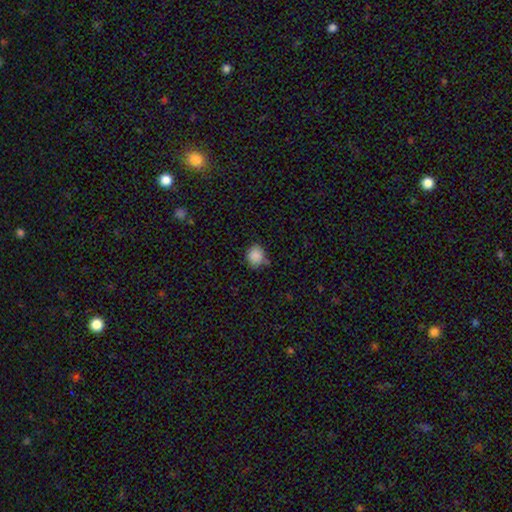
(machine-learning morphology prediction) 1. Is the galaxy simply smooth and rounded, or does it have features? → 87% smooth, 9% star or artifact, 4% featured or disk.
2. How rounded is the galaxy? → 75% round, 24% in between, 1% cigar-shaped.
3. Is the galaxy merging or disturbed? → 69% none, 21% minor disturbance, 5% merger, 4% major disturbance.